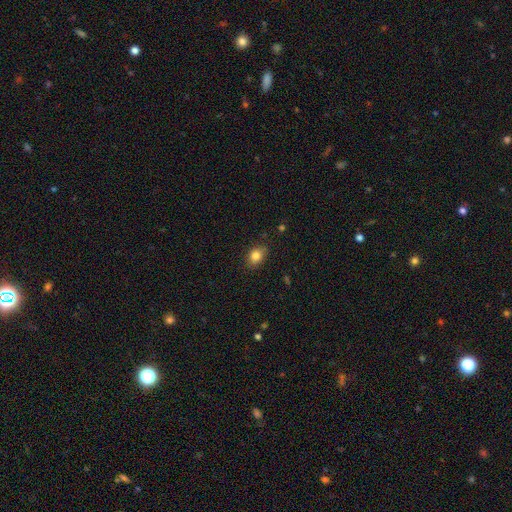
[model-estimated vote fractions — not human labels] Smooth or featured?
  - smooth: 83% *
  - star or artifact: 10%
  - featured or disk: 7%
How rounded?
  - in between: 72% *
  - round: 27%
  - cigar-shaped: 1%
Merging?
  - none: 84% *
  - minor disturbance: 13%
  - major disturbance: 3%
  - merger: 1%